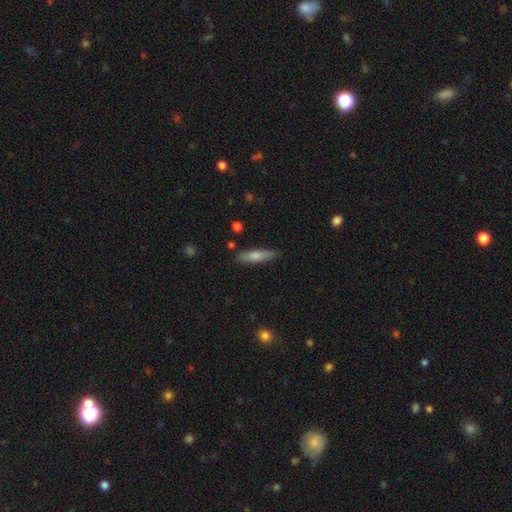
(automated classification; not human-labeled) Smooth or featured?
  - smooth: 75% *
  - featured or disk: 19%
  - star or artifact: 6%
How rounded?
  - cigar-shaped: 71% *
  - in between: 27%
  - round: 2%
Merging?
  - none: 84% *
  - minor disturbance: 11%
  - major disturbance: 2%
  - merger: 2%